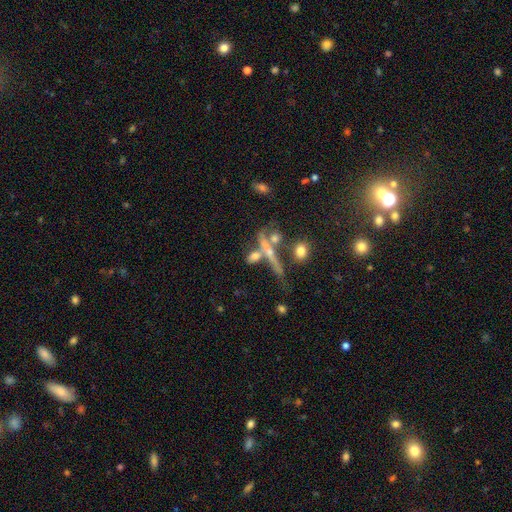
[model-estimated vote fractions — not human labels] Smooth or featured?
  - featured or disk: 47% *
  - smooth: 39%
  - star or artifact: 14%
Merging?
  - none: 42% *
  - merger: 33%
  - minor disturbance: 15%
  - major disturbance: 11%